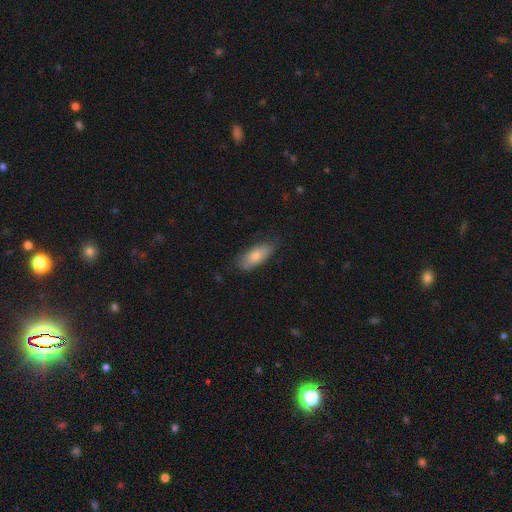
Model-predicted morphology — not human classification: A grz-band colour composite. It shows a smooth galaxy with no disk features (76%) that is in between round and cigar-shaped (76%). Merging: none (75%).